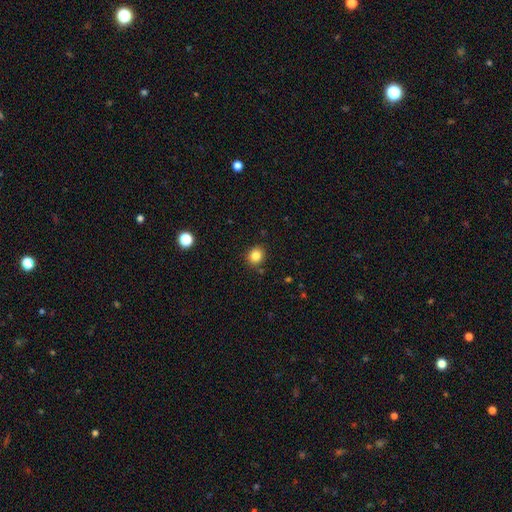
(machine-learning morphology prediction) Smooth or featured: smooth — 83% (star or artifact — 12%)
How rounded: round — 82% (in between — 17%)
Merging: none — 87% (minor disturbance — 9%)